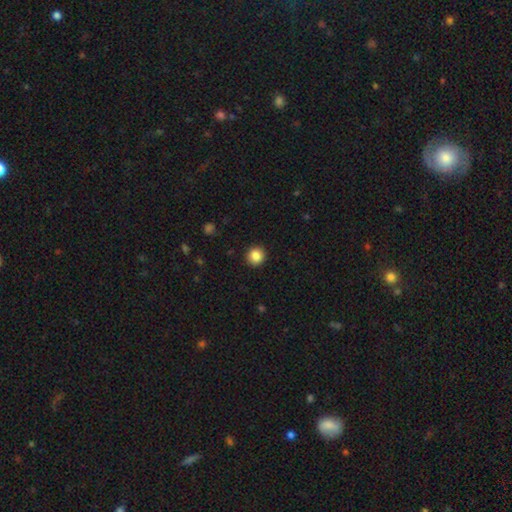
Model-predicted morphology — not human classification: Q: Smooth or featured?
A: smooth (86%); runner-up: star or artifact (10%)
Q: How rounded?
A: round (94%); runner-up: in between (5%)
Q: Merging?
A: none (93%); runner-up: minor disturbance (4%)